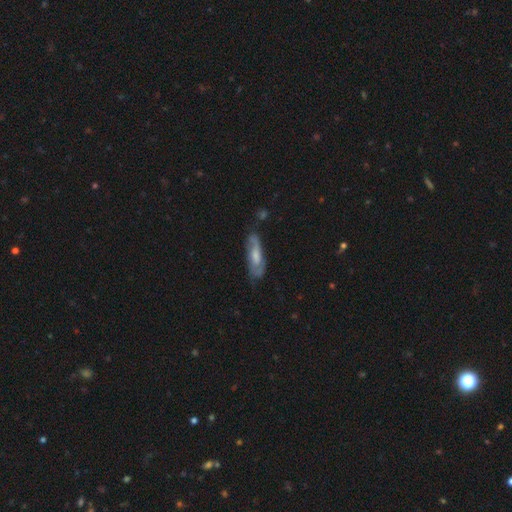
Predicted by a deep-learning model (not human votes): This is possibly a featured or disk galaxy (55%). It is likely not viewed edge-on (76%). Merging: likely none (65%).